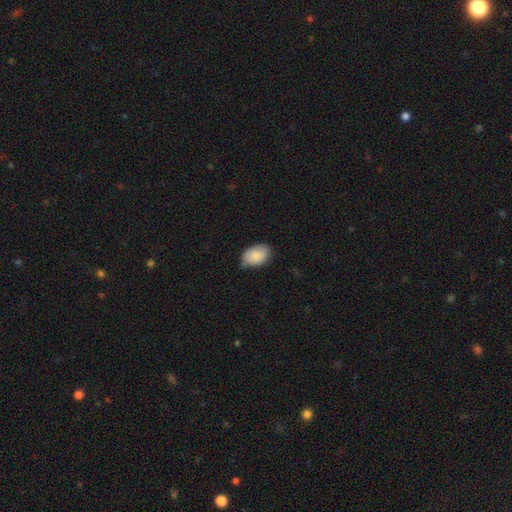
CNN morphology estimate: Q: Smooth or featured?
A: smooth (86%); runner-up: featured or disk (7%)
Q: How rounded?
A: in between (87%); runner-up: round (12%)
Q: Merging?
A: none (64%); runner-up: minor disturbance (30%)